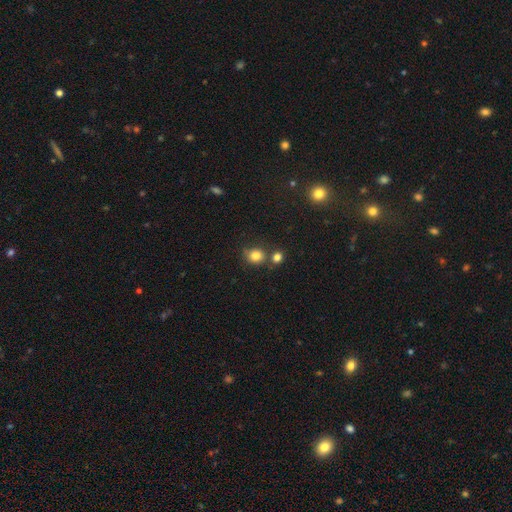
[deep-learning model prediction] Overall: smooth (82%). How rounded: round (73%). Merging: none (62%).